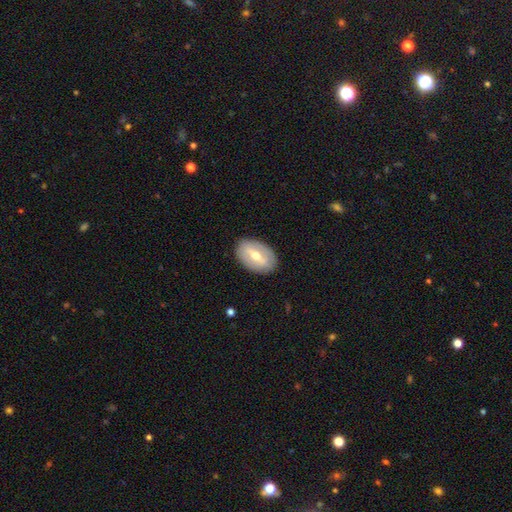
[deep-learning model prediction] Q: Smooth or featured?
A: featured or disk (50%); runner-up: smooth (44%)
Q: Merging?
A: none (87%); runner-up: minor disturbance (9%)